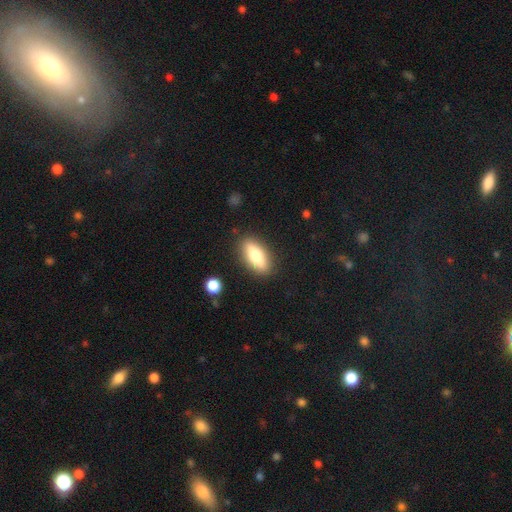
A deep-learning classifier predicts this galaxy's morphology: smooth-or-featured: smooth: 62% | featured or disk: 32% | star or artifact: 7%
  how-rounded: in between: 56% | cigar-shaped: 41% | round: 3%
  merging: none: 87% | minor disturbance: 9% | major disturbance: 3% | merger: 2%